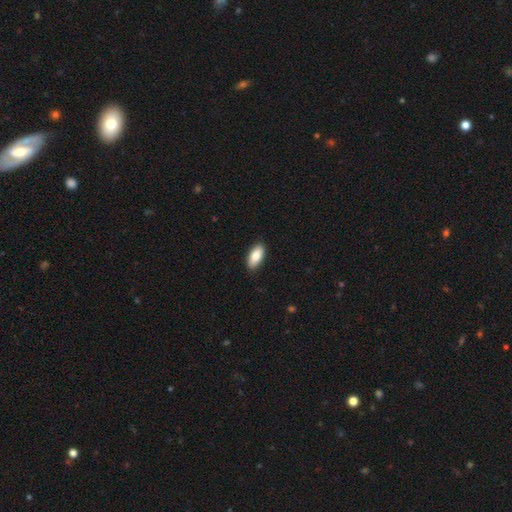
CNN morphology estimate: Q: Smooth or featured?
A: smooth (84%); runner-up: featured or disk (10%)
Q: How rounded?
A: in between (87%); runner-up: cigar-shaped (10%)
Q: Merging?
A: none (89%); runner-up: minor disturbance (9%)